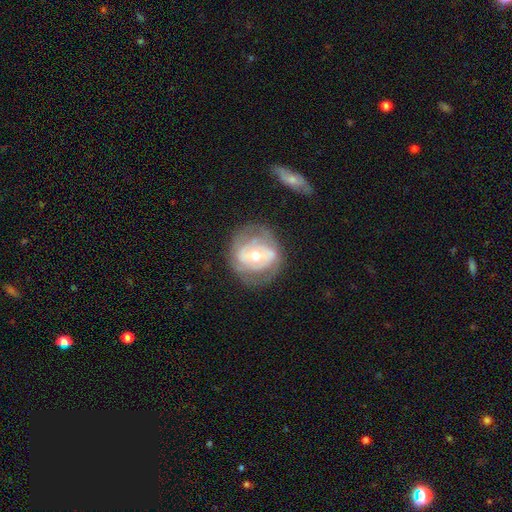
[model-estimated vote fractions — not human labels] Smooth or featured? Predicted: featured or disk (p=0.74). Edge-on disk? Predicted: no (p=0.96). Bar? Predicted: weak (p=0.38). Spiral arms? Predicted: yes (p=0.67). Bulge size? Predicted: moderate (p=0.59). Merging? Predicted: none (p=0.67).